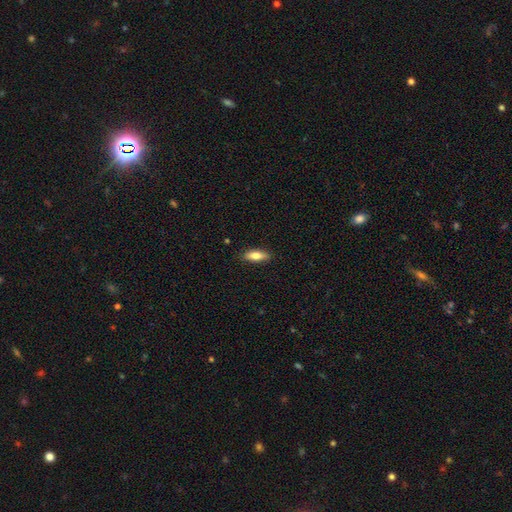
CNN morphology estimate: Smooth or featured? Predicted: smooth (p=0.72). How rounded? Predicted: in between (p=0.62). Merging? Predicted: none (p=0.87).